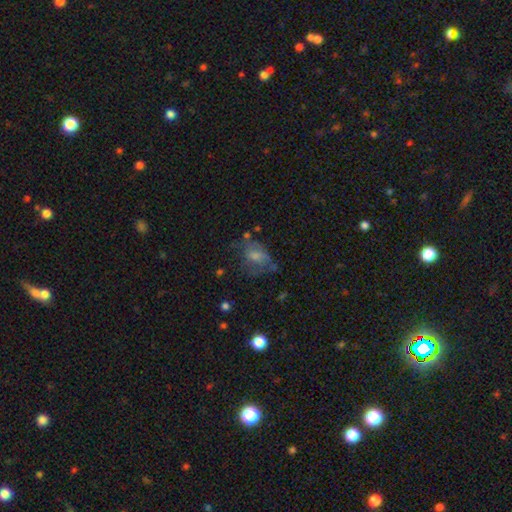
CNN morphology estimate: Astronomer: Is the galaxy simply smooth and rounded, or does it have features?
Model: smooth — 42% (runner-up: featured or disk, 40%).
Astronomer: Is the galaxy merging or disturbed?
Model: none — 48% (runner-up: minor disturbance, 25%).